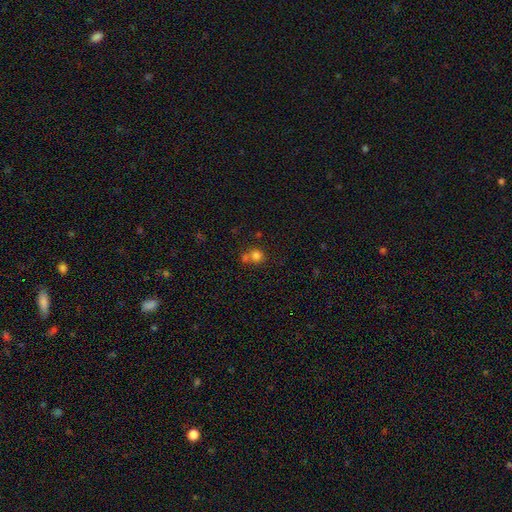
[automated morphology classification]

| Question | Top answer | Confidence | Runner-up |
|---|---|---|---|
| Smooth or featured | smooth | 78% | star or artifact (14%) |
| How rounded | round | 84% | in between (15%) |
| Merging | none | 48% | merger (40%) |